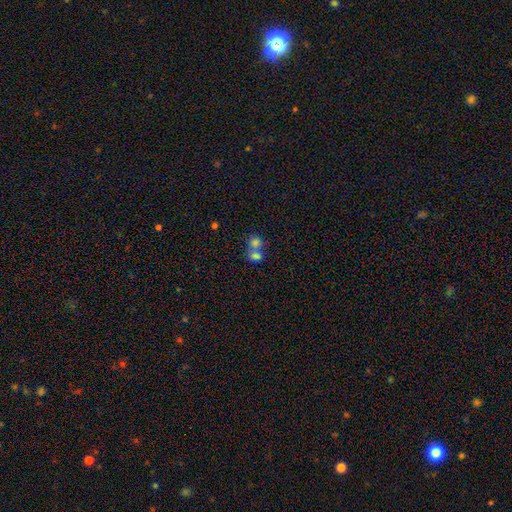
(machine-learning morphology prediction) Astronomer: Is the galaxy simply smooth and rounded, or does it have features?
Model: smooth — 75%.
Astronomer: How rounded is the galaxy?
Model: round — 56% (runner-up: in between, 42%).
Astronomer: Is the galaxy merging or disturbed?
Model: merger — 65%.